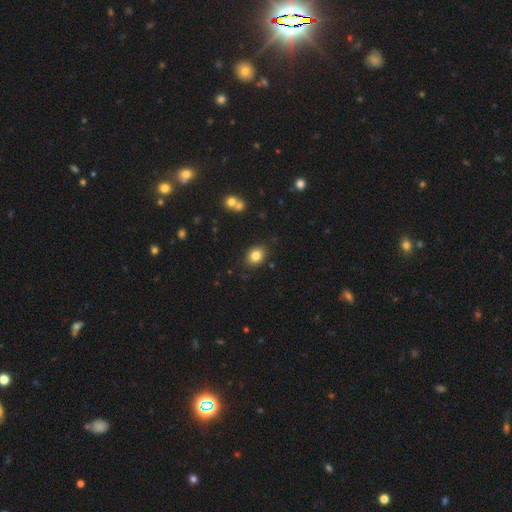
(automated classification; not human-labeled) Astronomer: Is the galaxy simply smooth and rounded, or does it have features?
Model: smooth — 83%.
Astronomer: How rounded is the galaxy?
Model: in between — 58% (runner-up: round, 42%).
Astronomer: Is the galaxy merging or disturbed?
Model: none — 85%.